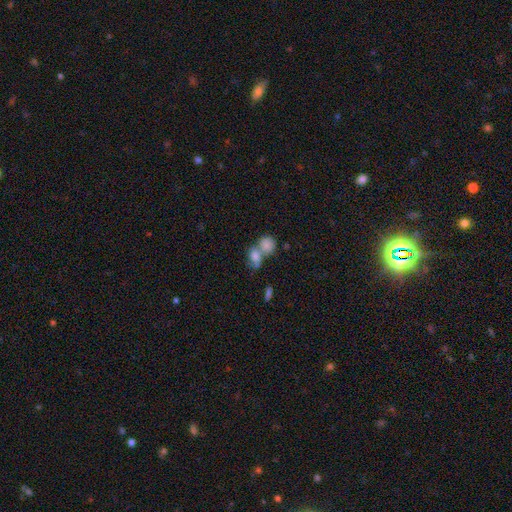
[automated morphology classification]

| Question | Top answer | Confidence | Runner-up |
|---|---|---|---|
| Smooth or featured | smooth | 75% | featured or disk (15%) |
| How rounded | in between | 55% | round (42%) |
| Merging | merger | 61% | none (25%) |